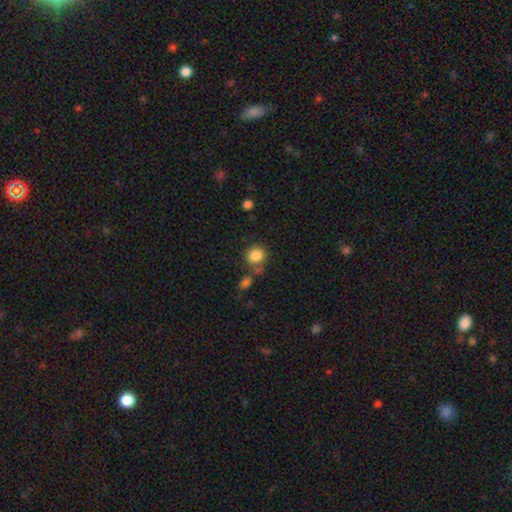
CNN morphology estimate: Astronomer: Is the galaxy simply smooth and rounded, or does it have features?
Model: smooth — 85%.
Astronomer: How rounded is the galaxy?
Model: round — 82%.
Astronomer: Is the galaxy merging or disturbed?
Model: none — 68%.